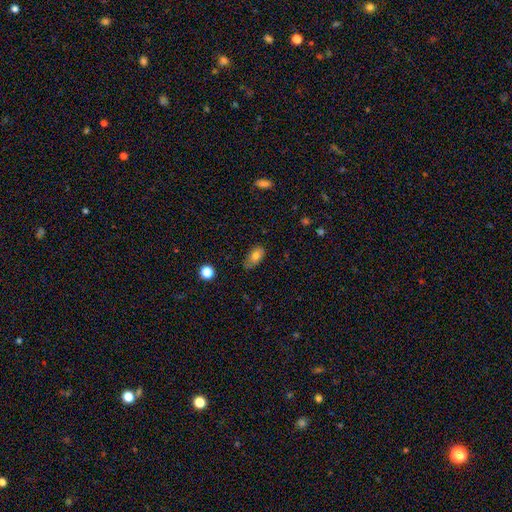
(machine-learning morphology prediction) The model was most divided on "merging": none: 69%, minor disturbance: 24%, major disturbance: 5%, merger: 2%. More confident: how rounded — in between (90%); smooth or featured — smooth (78%).